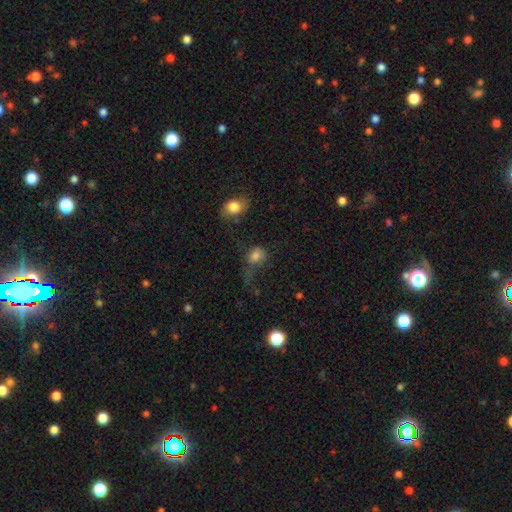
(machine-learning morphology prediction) A smooth galaxy with no disk features (74%) that is round (51%). Merging: none (35%).